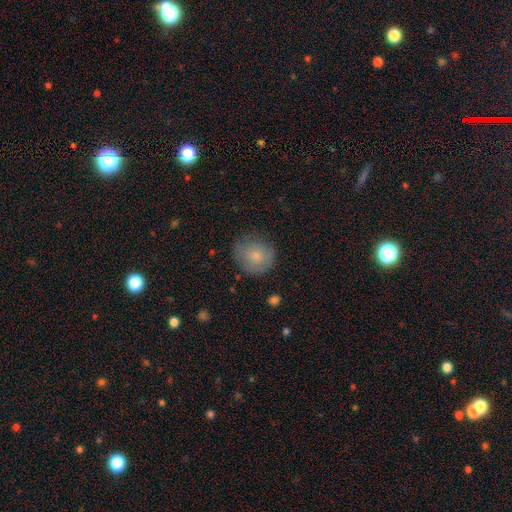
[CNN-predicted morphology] Smooth or featured? Predicted: smooth (p=0.77). How rounded? Predicted: round (p=0.85). Merging? Predicted: none (p=0.72).